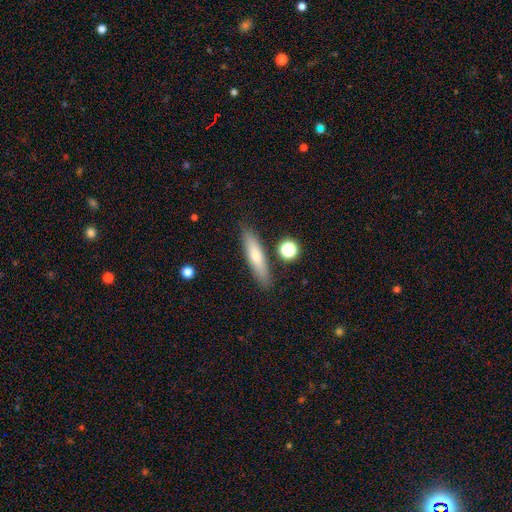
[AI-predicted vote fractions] Q: Smooth or featured?
A: smooth (68%); runner-up: featured or disk (26%)
Q: How rounded?
A: cigar-shaped (81%); runner-up: in between (17%)
Q: Merging?
A: none (85%); runner-up: minor disturbance (9%)